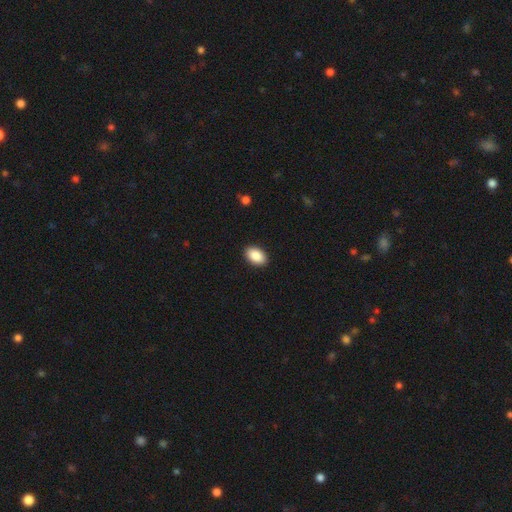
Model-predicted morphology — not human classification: A smooth galaxy with no disk features (89%) that is in between round and cigar-shaped (91%). Merging: none (91%).